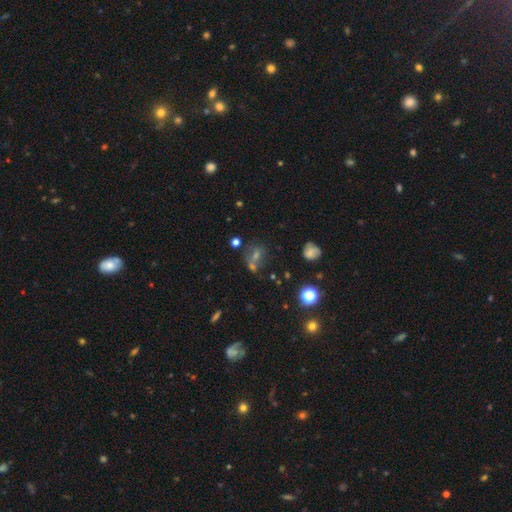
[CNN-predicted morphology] smooth_or_featured: smooth (p=0.40) [alt: star or artifact p=0.37]
merging: none (p=0.49) [alt: merger p=0.30]